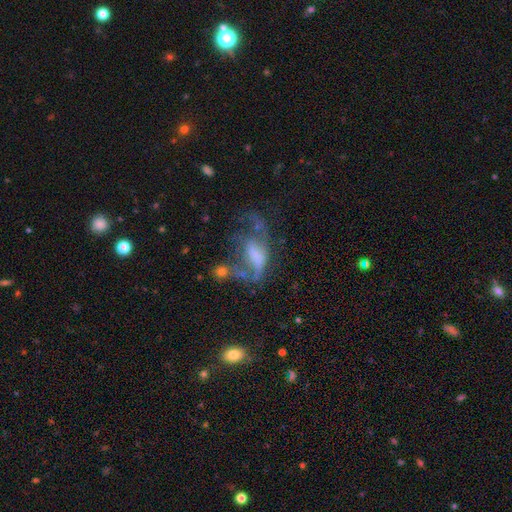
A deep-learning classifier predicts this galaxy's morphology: A featured or disk galaxy (57%) with no bar (57%), no spiral arms (53%) and no central bulge (39%). Merging: major disturbance (48%).